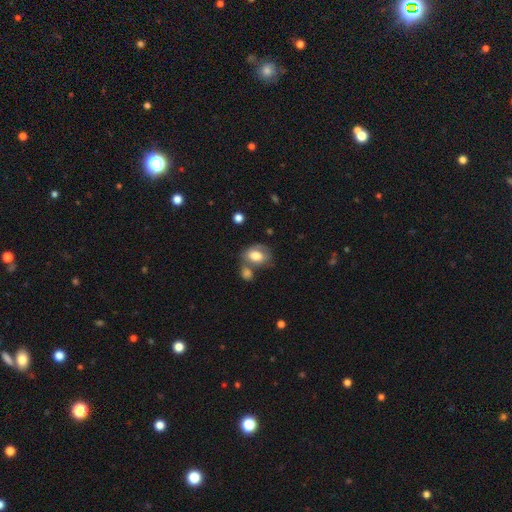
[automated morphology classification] Smooth or featured? Predicted: smooth (p=0.71). How rounded? Predicted: in between (p=0.69). Merging? Predicted: none (p=0.40).